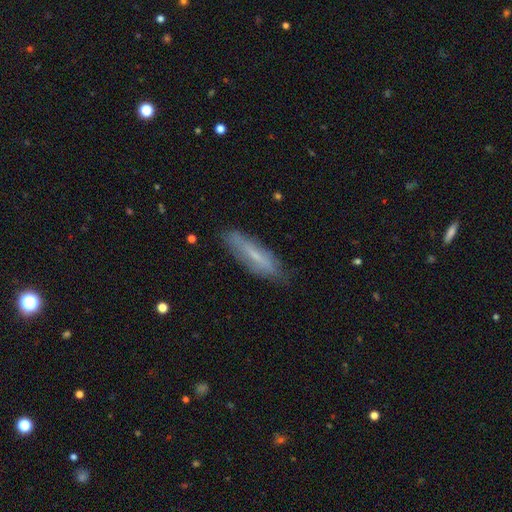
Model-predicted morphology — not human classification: smooth_or_featured: smooth (p=0.49) [alt: featured or disk p=0.43]
merging: none (p=0.78) [alt: minor disturbance p=0.17]